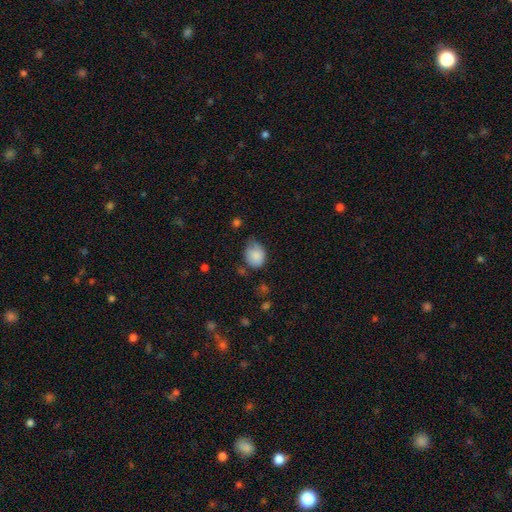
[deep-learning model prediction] smooth 83%, featured or disk 9%, star or artifact 8%. Down the decision tree: how rounded — in between (54%); merging — none (44%).